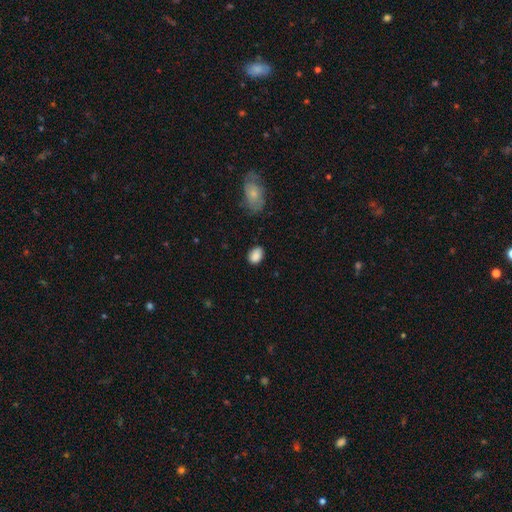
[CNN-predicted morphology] This appears to be a smooth galaxy with no disk features (87%) that is in between round and cigar-shaped (76%). Merging: none (78%).